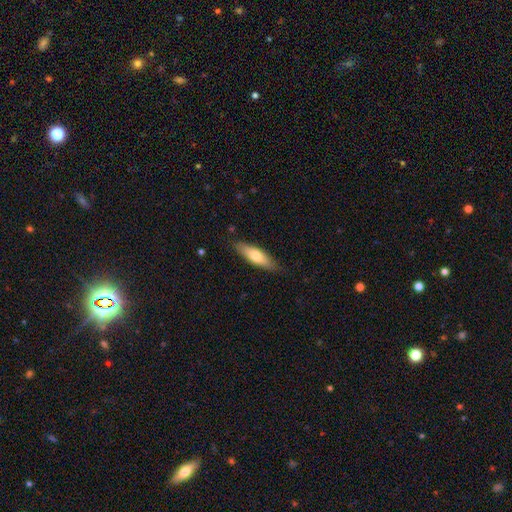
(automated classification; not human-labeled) A smooth galaxy with no disk features (66%) that is cigar-shaped (55%). Merging: none (84%).